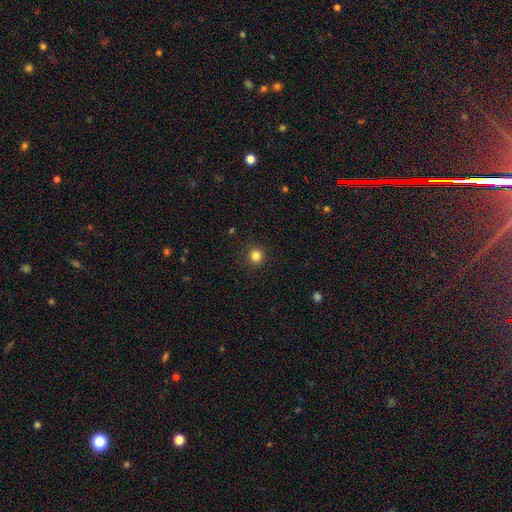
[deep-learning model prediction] This appears to be a smooth galaxy with no disk features (83%) that is round (93%). Merging: none (91%).